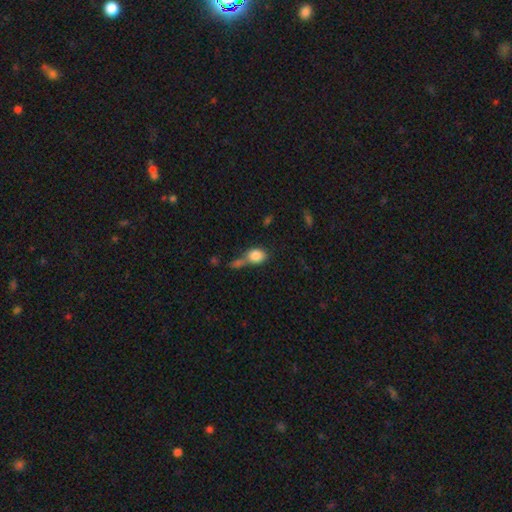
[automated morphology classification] Smooth or featured? smooth (82%)
How rounded? in between (50%)
Merging? merger (45%)